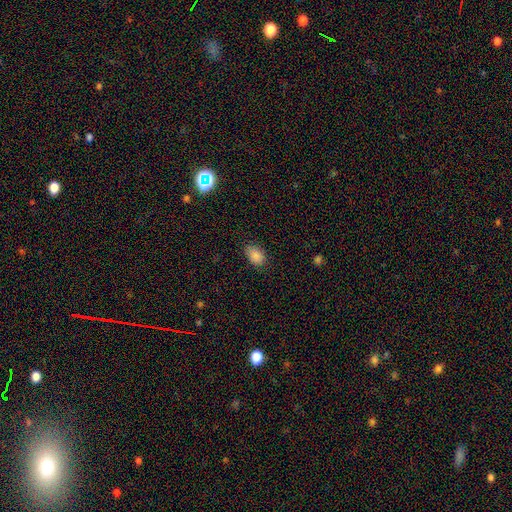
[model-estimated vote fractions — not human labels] This is clearly a smooth galaxy (87%). How rounded: clearly in between (83%). Merging: clearly none (81%).